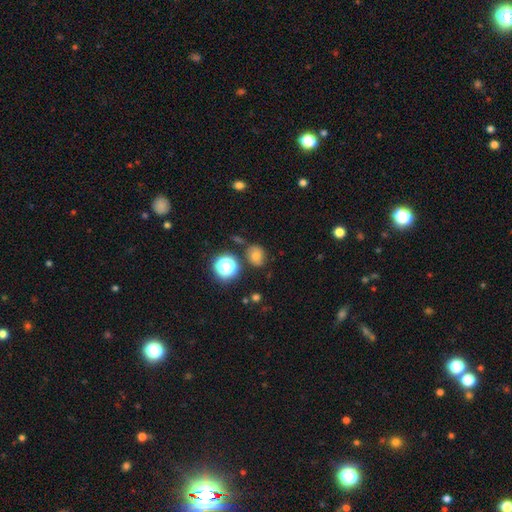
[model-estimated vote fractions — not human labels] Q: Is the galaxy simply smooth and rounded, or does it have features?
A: smooth — 70%.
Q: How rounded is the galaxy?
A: round — 64%.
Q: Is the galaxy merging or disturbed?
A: none — 72%.